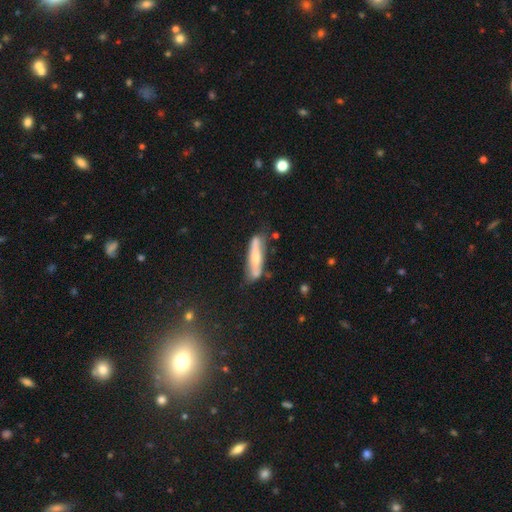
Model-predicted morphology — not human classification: This is possibly a featured or disk galaxy (48%). Merging: likely none (68%).